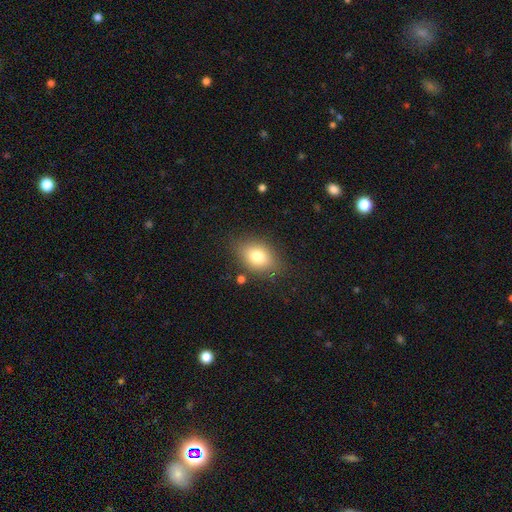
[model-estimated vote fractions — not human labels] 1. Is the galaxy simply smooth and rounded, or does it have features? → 78% smooth, 12% featured or disk, 10% star or artifact.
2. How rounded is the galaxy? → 77% in between, 22% round, 2% cigar-shaped.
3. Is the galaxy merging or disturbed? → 81% none, 13% minor disturbance, 4% major disturbance, 3% merger.